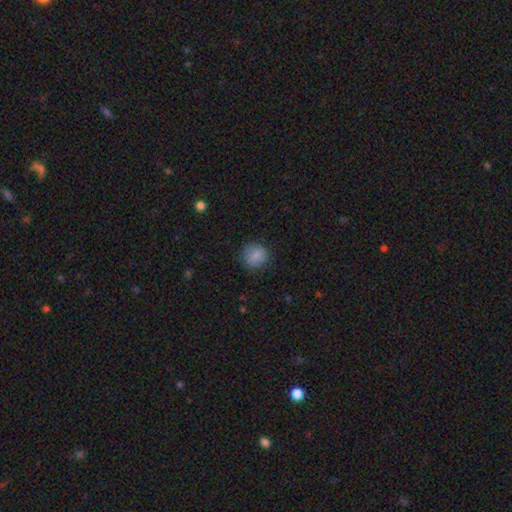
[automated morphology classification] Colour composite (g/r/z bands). It shows a smooth galaxy with no disk features (86%) that is round (84%). Merging: none (82%).